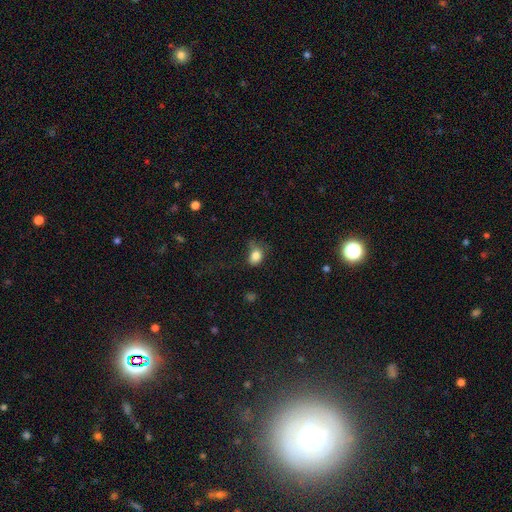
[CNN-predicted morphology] This appears to be a smooth galaxy with no disk features (83%) that is in between round and cigar-shaped (61%). Merging: none (48%).